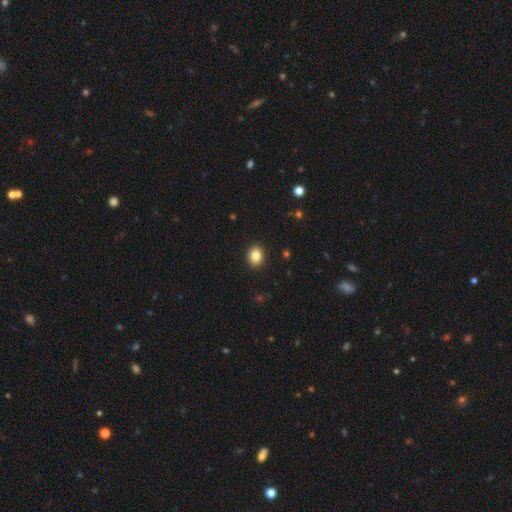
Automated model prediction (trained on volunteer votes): smooth 85%, star or artifact 9%, featured or disk 6%. Down the decision tree: how rounded — round (51%); merging — none (91%).